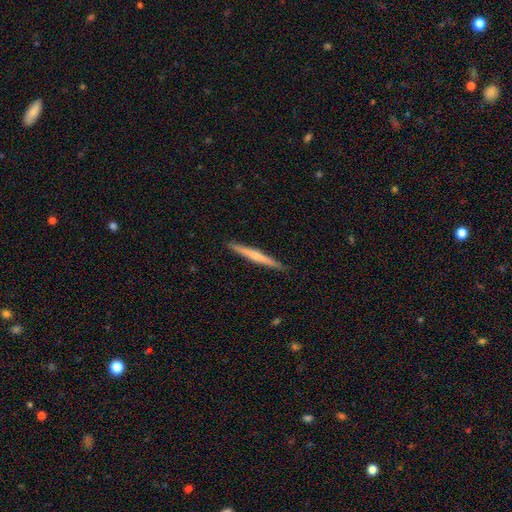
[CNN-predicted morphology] Smooth or featured: smooth — 48% (featured or disk — 47%)
Merging: none — 91% (minor disturbance — 7%)